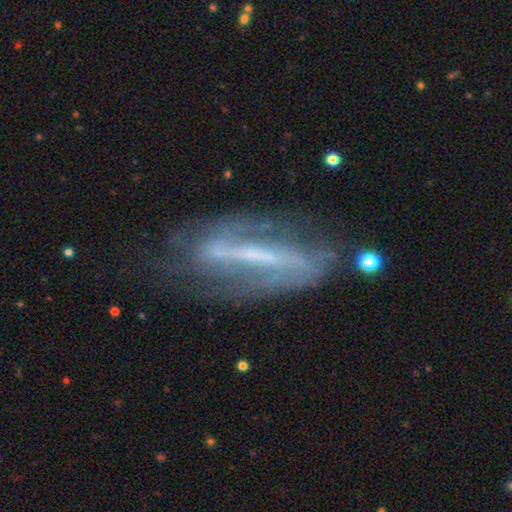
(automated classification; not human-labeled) featured or disk 79%, smooth 12%, star or artifact 8%. Down the decision tree: edge-on disk — no (72%); bar — strong (70%); spiral arms — yes (75%); bulge size — small (49%); merging — none (64%).